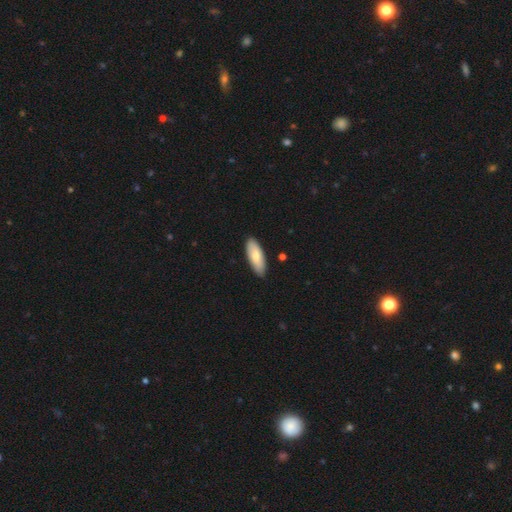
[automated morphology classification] This appears to be a smooth galaxy with no disk features (77%) that is in between round and cigar-shaped (75%). Merging: none (87%).